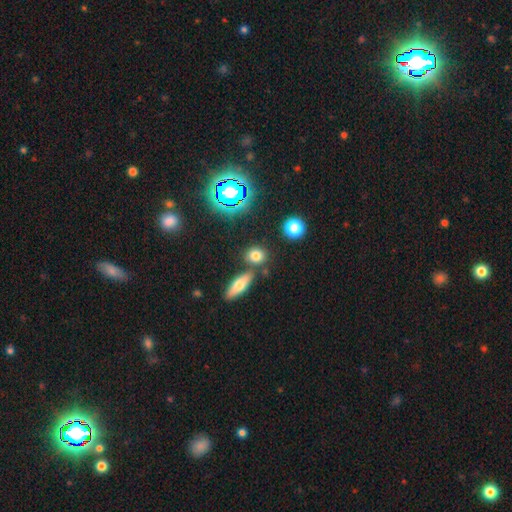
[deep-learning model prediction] Q: Smooth or featured?
A: smooth (73%); runner-up: star or artifact (19%)
Q: How rounded?
A: round (61%); runner-up: in between (35%)
Q: Merging?
A: none (76%); runner-up: merger (11%)